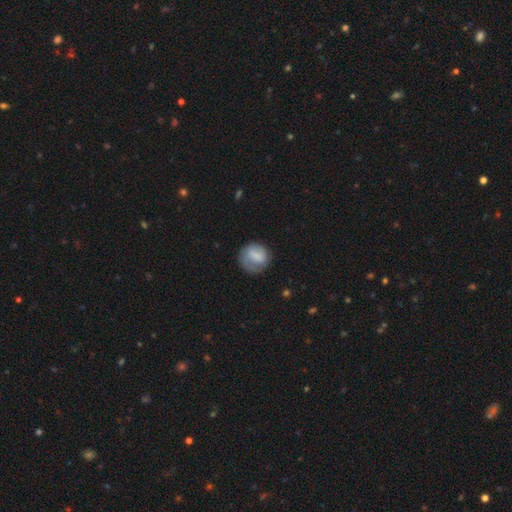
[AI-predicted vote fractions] Q: Smooth or featured?
A: smooth (65%); runner-up: featured or disk (29%)
Q: How rounded?
A: round (81%); runner-up: in between (18%)
Q: Merging?
A: none (62%); runner-up: minor disturbance (23%)